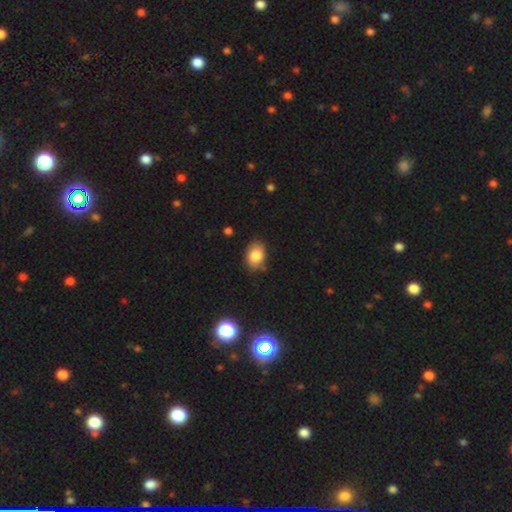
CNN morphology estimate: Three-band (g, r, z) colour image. It shows a smooth galaxy with no disk features (82%) that is in between round and cigar-shaped (79%). Merging: none (79%).